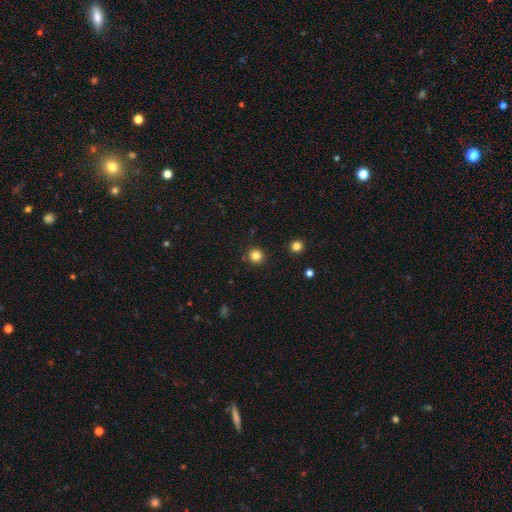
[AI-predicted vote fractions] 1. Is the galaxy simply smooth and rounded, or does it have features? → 82% smooth, 13% star or artifact, 5% featured or disk.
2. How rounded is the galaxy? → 95% round, 4% in between, 1% cigar-shaped.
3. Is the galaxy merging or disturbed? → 91% none, 6% minor disturbance, 2% merger, 2% major disturbance.